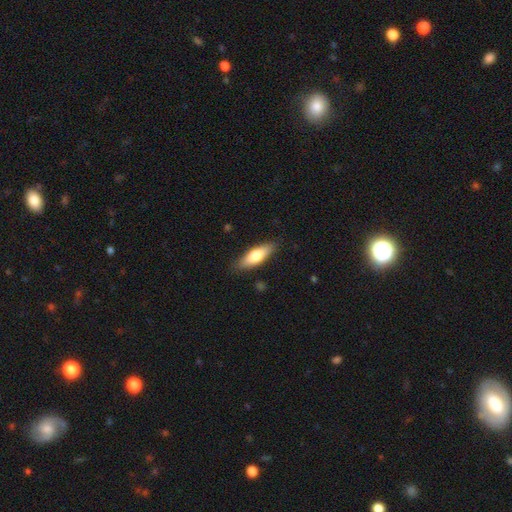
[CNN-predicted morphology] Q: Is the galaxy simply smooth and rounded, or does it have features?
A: smooth — 68%.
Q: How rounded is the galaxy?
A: in between — 56%.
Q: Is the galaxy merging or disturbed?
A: none — 86%.